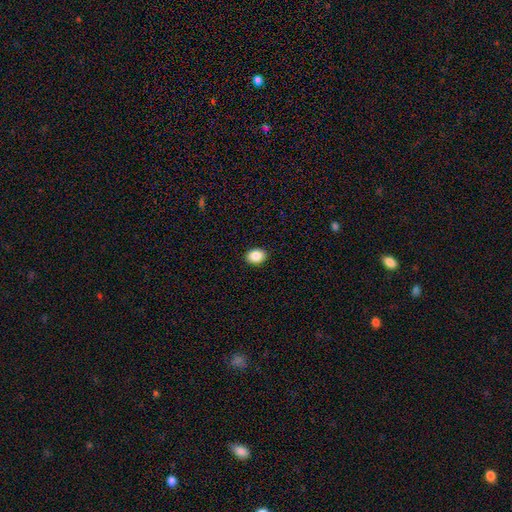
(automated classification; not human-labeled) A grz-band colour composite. It shows a smooth galaxy with no disk features (88%) that is in between round and cigar-shaped (63%). Merging: none (91%).